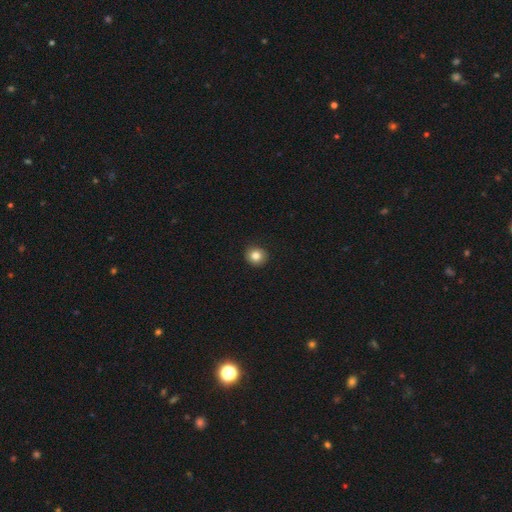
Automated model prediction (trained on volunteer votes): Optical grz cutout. It shows a smooth galaxy with no disk features (83%) that is round (90%). Merging: none (92%).